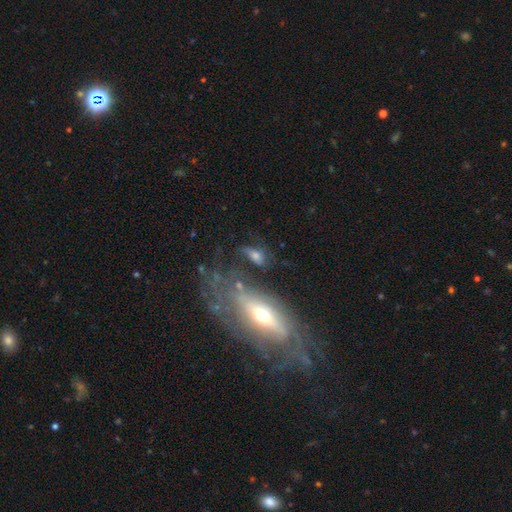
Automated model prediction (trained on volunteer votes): smooth 46%, featured or disk 40%, star or artifact 13%. Down the decision tree: merging — none (57%).